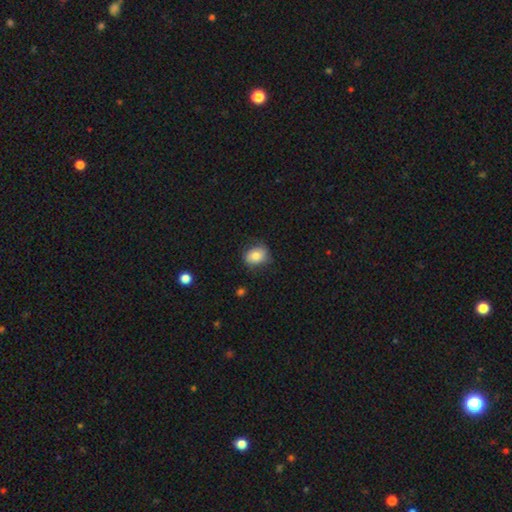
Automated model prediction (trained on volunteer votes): Morphology: type=smooth (77%); roundness=in between (50%); merging=none (72%).